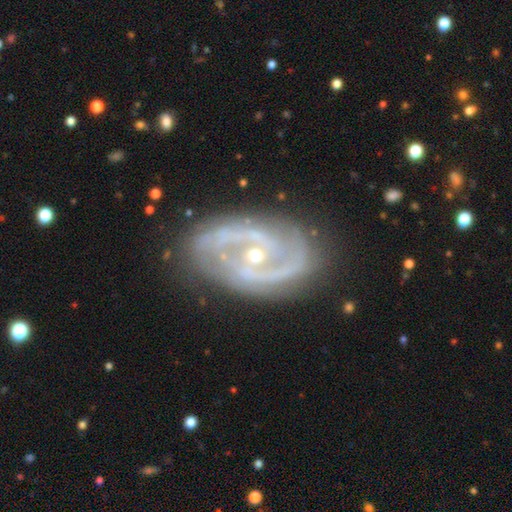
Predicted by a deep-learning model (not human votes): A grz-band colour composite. It shows a featured or disk galaxy (90%) with no bar (48%), 2 (81%) medium (47%) spiral arms (95%) and a small central bulge (54%). Merging: none (77%).